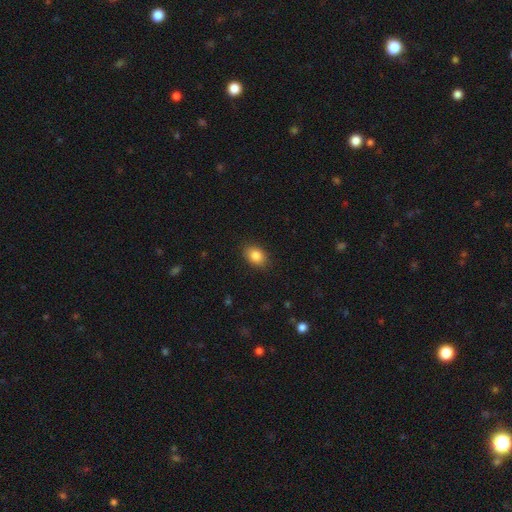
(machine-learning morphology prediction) This is clearly a smooth galaxy (85%). How rounded: likely in between (75%). Merging: clearly none (87%).